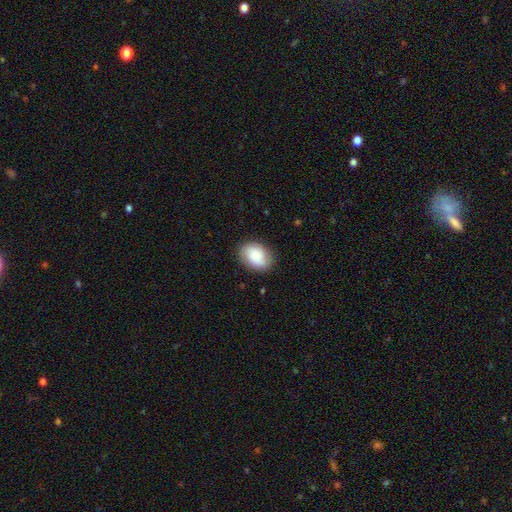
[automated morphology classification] This appears to be a smooth galaxy with no disk features (78%) that is in between round and cigar-shaped (73%). Merging: none (81%).